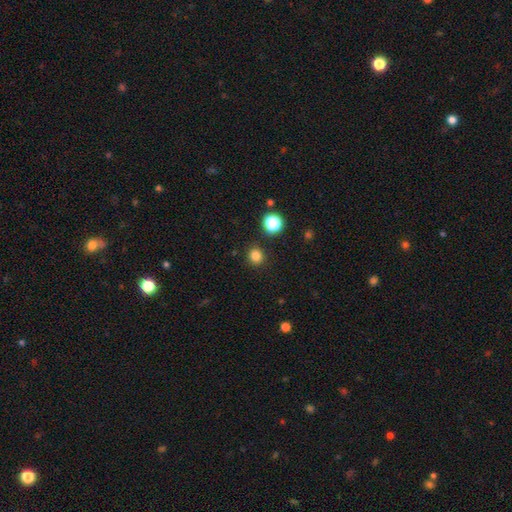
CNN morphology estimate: smooth-or-featured: smooth: 81% | star or artifact: 15% | featured or disk: 4%
  how-rounded: round: 92% | in between: 7% | cigar-shaped: 1%
  merging: none: 90% | minor disturbance: 6% | merger: 2% | major disturbance: 2%